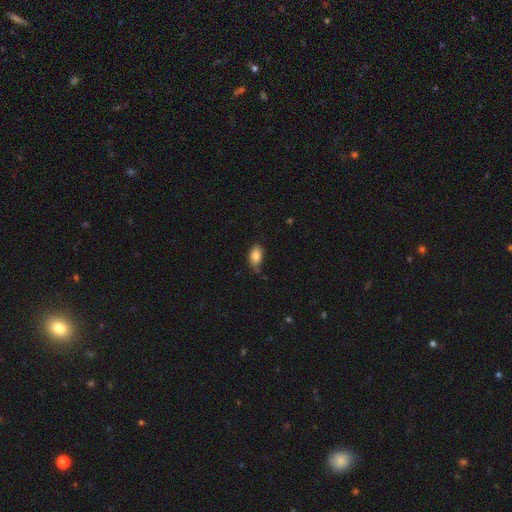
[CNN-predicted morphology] Q: Smooth or featured?
A: smooth (84%); runner-up: featured or disk (8%)
Q: How rounded?
A: in between (90%); runner-up: round (7%)
Q: Merging?
A: none (64%); runner-up: minor disturbance (28%)